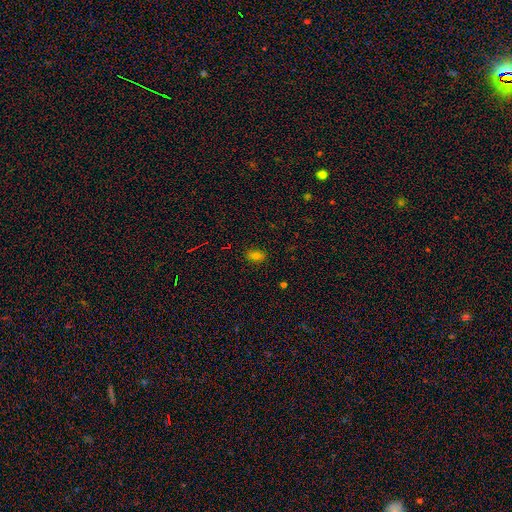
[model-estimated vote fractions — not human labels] Smooth or featured: smooth — 77% (star or artifact — 16%)
How rounded: in between — 81% (round — 17%)
Merging: none — 86% (minor disturbance — 11%)